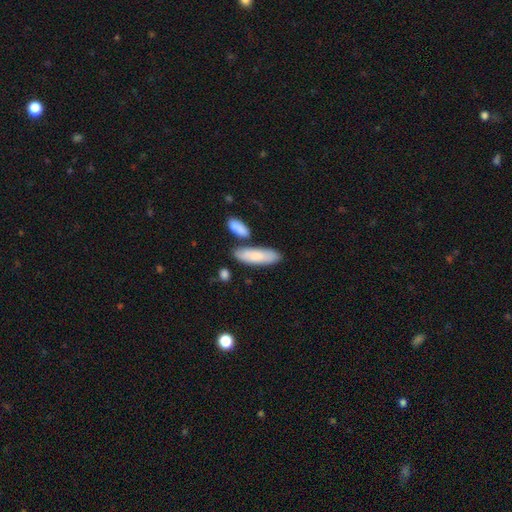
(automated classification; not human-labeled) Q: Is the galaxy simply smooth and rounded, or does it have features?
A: smooth — 78%.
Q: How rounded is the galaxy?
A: in between — 50%.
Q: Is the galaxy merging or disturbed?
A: none — 71%.